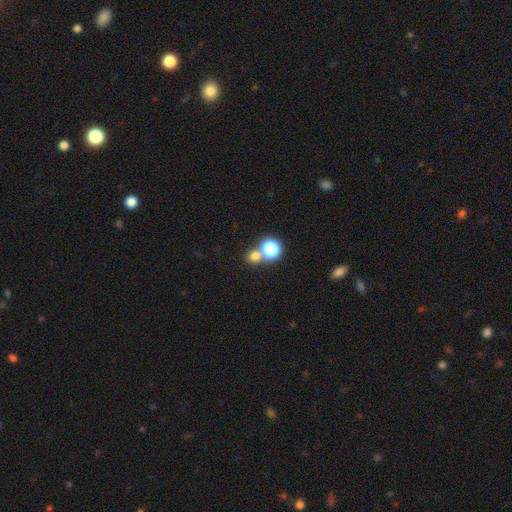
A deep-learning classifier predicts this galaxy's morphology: smooth 71%, star or artifact 23%, featured or disk 7%. Down the decision tree: how rounded — round (84%); merging — none (56%).